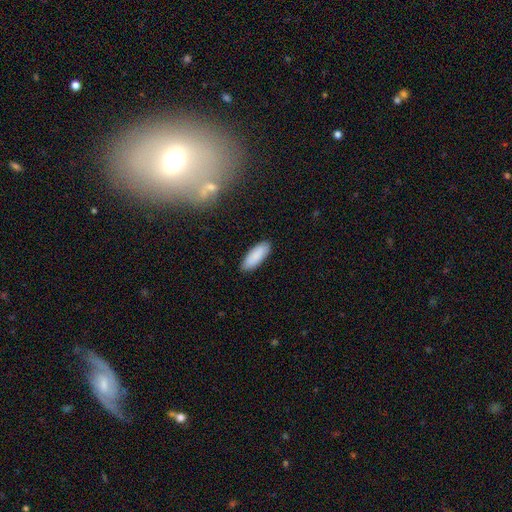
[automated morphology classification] This is clearly a smooth galaxy (89%). How rounded: likely in between (70%). Merging: clearly none (89%).